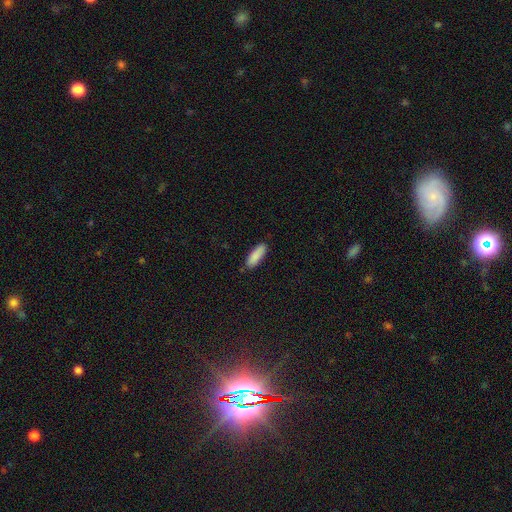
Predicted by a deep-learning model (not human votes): Smooth or featured?
  - smooth: 89% *
  - star or artifact: 6%
  - featured or disk: 5%
How rounded?
  - in between: 53% *
  - cigar-shaped: 46%
  - round: 1%
Merging?
  - none: 84% *
  - minor disturbance: 12%
  - major disturbance: 2%
  - merger: 2%